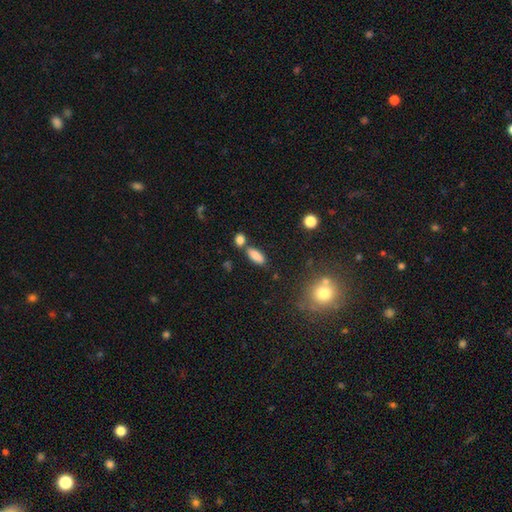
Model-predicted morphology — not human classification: smooth-or-featured: smooth: 83% | star or artifact: 9% | featured or disk: 8%
  how-rounded: in between: 79% | cigar-shaped: 17% | round: 4%
  merging: none: 67% | merger: 17% | minor disturbance: 12% | major disturbance: 4%